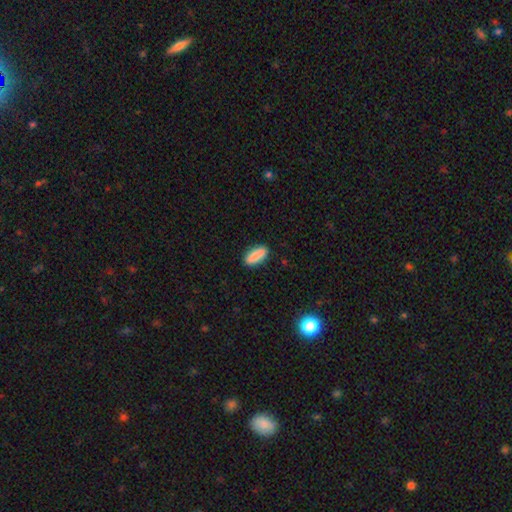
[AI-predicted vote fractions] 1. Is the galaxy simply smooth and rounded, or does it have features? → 87% smooth, 6% star or artifact, 6% featured or disk.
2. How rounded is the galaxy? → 67% in between, 31% cigar-shaped, 2% round.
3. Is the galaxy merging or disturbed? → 88% none, 8% minor disturbance, 2% major disturbance, 1% merger.